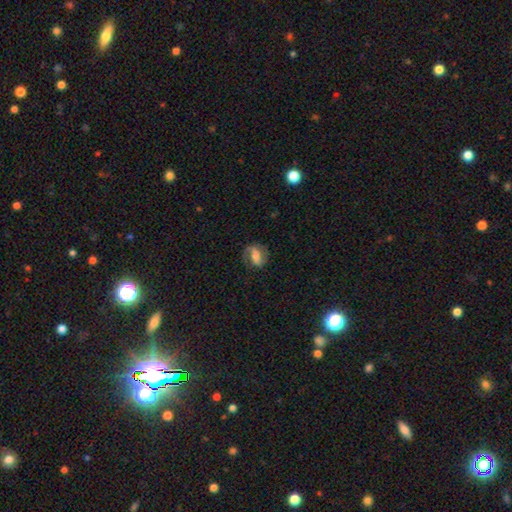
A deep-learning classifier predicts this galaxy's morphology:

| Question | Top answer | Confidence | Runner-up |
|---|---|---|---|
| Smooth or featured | featured or disk | 72% | smooth (22%) |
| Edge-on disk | no | 96% | yes (4%) |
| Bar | strong | 43% | weak (35%) |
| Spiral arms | yes | 90% | no (10%) |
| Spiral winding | medium | 46% | loose (30%) |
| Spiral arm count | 2 | 78% | 1 (14%) |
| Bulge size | moderate | 51% | small (35%) |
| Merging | none | 71% | minor disturbance (17%) |